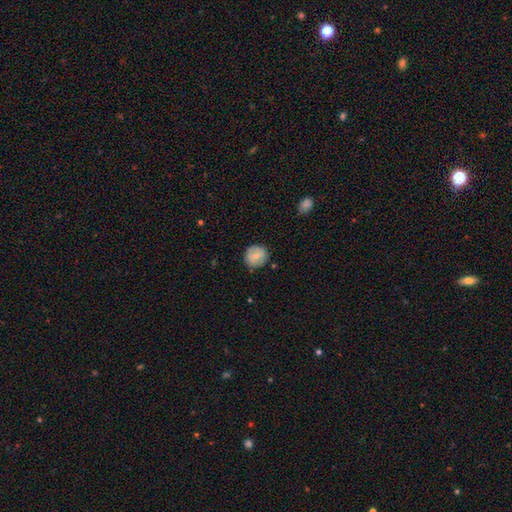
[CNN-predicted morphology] Smooth or featured? smooth (73%)
How rounded? round (88%)
Merging? none (81%)